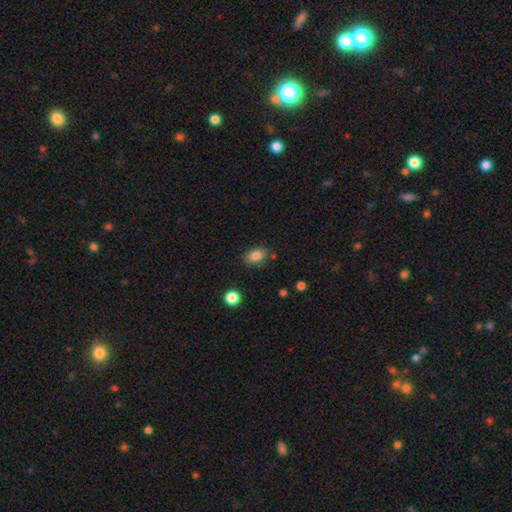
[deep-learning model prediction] A smooth galaxy with no disk features (86%) that is in between round and cigar-shaped (81%). Merging: none (81%).